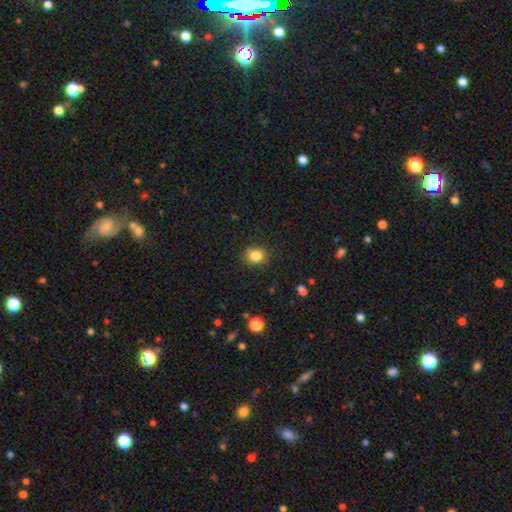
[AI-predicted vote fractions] Smooth or featured? smooth (83%)
How rounded? round (66%)
Merging? none (83%)